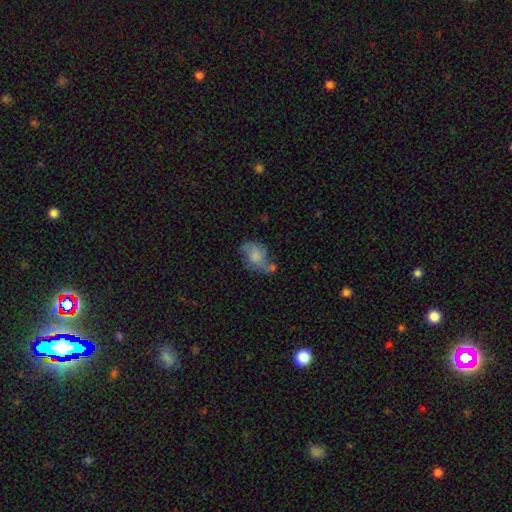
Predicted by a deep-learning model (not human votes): smooth-or-featured: smooth: 46% | featured or disk: 45% | star or artifact: 9%
  merging: none: 40% | minor disturbance: 29% | major disturbance: 17% | merger: 14%